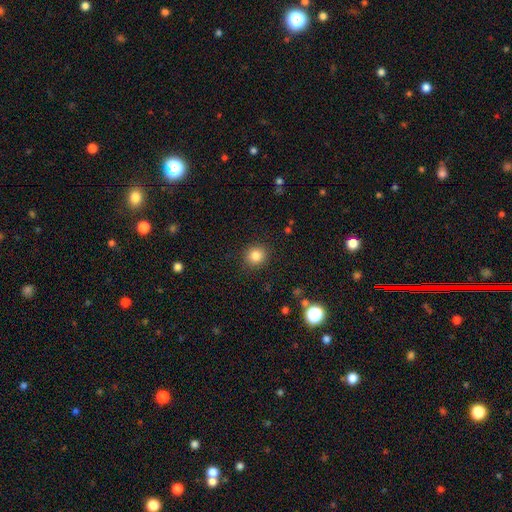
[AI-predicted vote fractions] This is clearly a smooth galaxy (84%). How rounded: clearly round (88%). Merging: clearly none (90%).